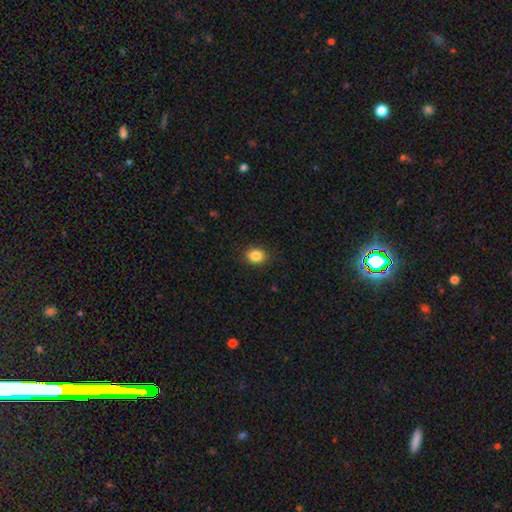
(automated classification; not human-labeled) A smooth galaxy with no disk features (86%) that is round (53%). Merging: none (89%).